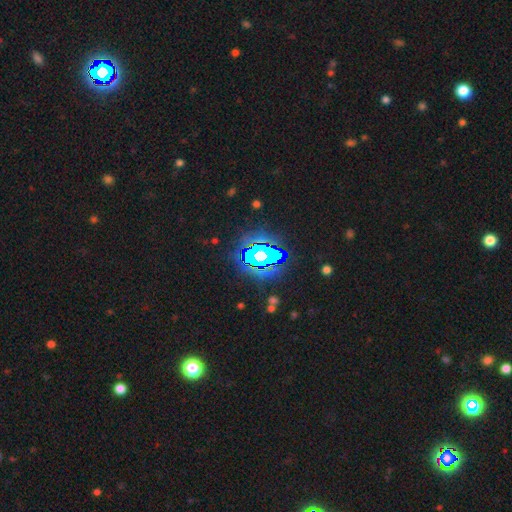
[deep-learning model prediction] The model was most divided on "smooth or featured": star or artifact: 65%, smooth: 19%, featured or disk: 16%.